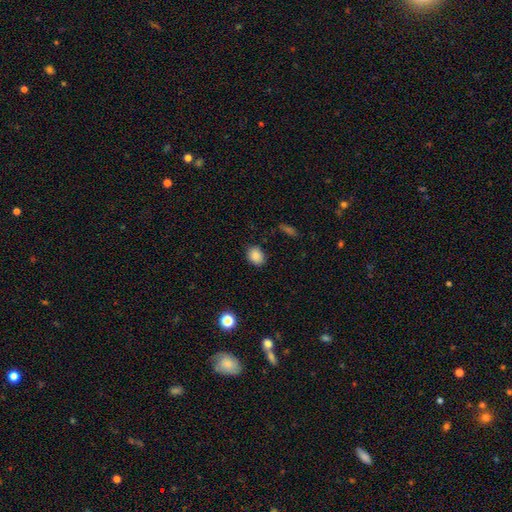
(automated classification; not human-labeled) Smooth or featured? smooth (87%)
How rounded? round (50%)
Merging? none (84%)